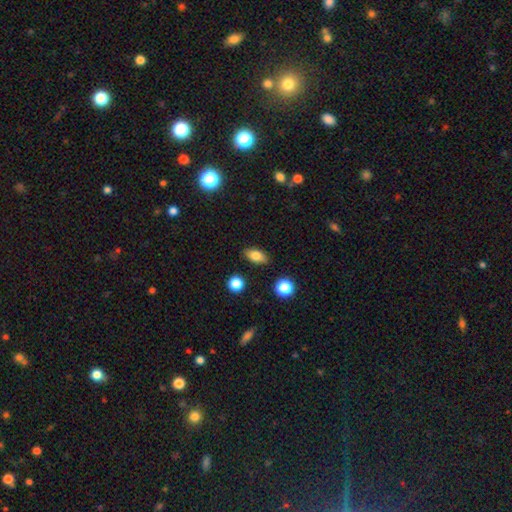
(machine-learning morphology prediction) This appears to be a smooth galaxy with no disk features (80%) that is in between round and cigar-shaped (84%). Merging: none (87%).